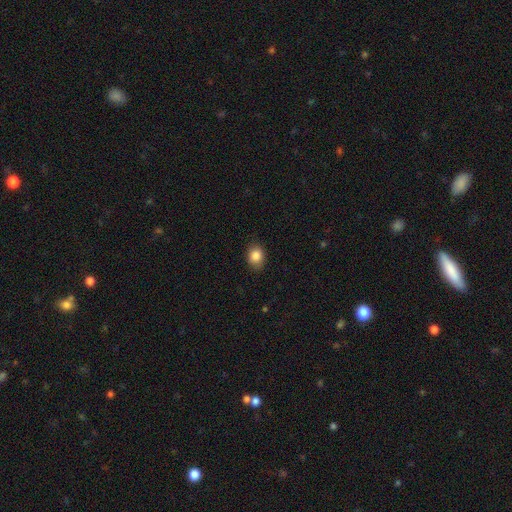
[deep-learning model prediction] A smooth galaxy with no disk features (85%) that is in between round and cigar-shaped (56%).

Vote fractions:
- Smooth or featured? smooth: 85% / star or artifact: 9% / featured or disk: 6%
- How rounded? in between: 56% / round: 43% / cigar-shaped: 1%
- Merging? none: 84% / minor disturbance: 13% / major disturbance: 3% / merger: 1%